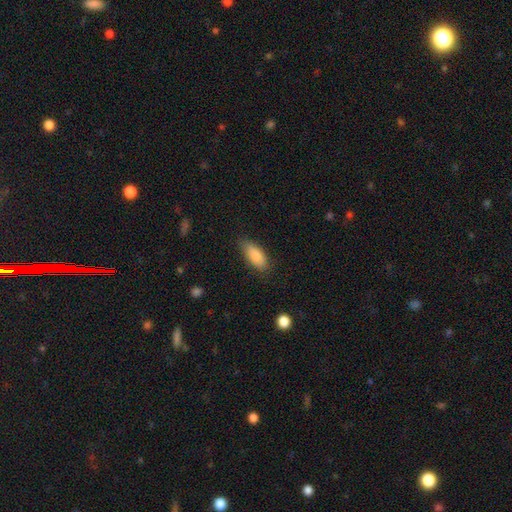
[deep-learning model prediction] Smooth or featured: smooth — 88% (star or artifact — 6%)
How rounded: in between — 81% (cigar-shaped — 17%)
Merging: none — 79% (minor disturbance — 16%)